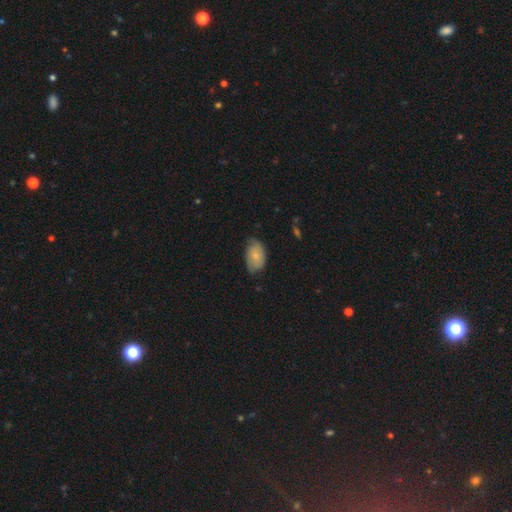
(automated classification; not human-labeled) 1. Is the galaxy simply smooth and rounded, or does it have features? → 70% smooth, 23% featured or disk, 6% star or artifact.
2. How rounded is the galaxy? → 90% in between, 8% round, 1% cigar-shaped.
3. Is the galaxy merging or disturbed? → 56% none, 35% minor disturbance, 7% major disturbance, 1% merger.